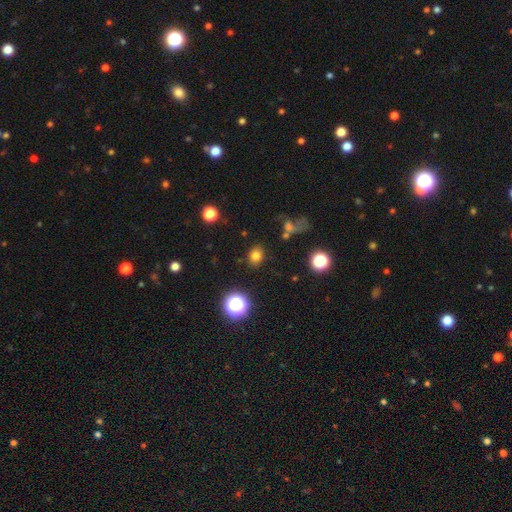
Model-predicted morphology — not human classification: Smooth or featured?
  - smooth: 77% *
  - star or artifact: 16%
  - featured or disk: 7%
How rounded?
  - round: 52% *
  - in between: 47%
  - cigar-shaped: 1%
Merging?
  - none: 84% *
  - minor disturbance: 10%
  - merger: 3%
  - major disturbance: 3%